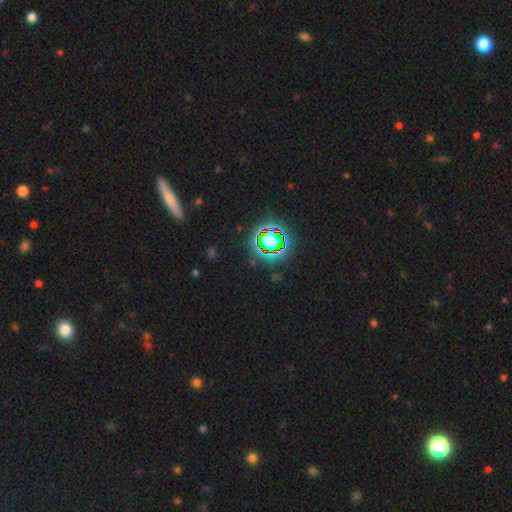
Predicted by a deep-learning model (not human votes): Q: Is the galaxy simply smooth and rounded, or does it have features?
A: star or artifact — 66%.